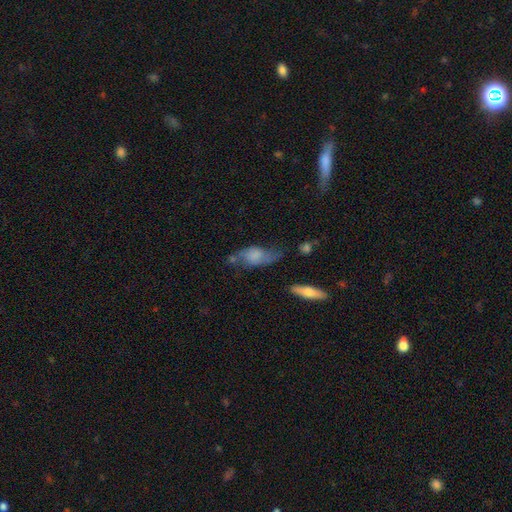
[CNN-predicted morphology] Smooth or featured?
  - smooth: 55% *
  - featured or disk: 36%
  - star or artifact: 9%
How rounded?
  - in between: 81% *
  - cigar-shaped: 12%
  - round: 7%
Merging?
  - none: 41% *
  - minor disturbance: 29%
  - major disturbance: 21%
  - merger: 9%